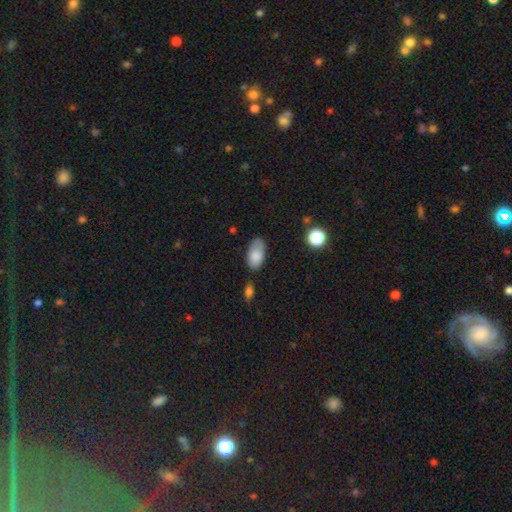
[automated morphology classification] The model was most divided on "merging": none: 68%, minor disturbance: 22%, major disturbance: 5%, merger: 4%. More confident: how rounded — in between (94%); smooth or featured — smooth (83%).